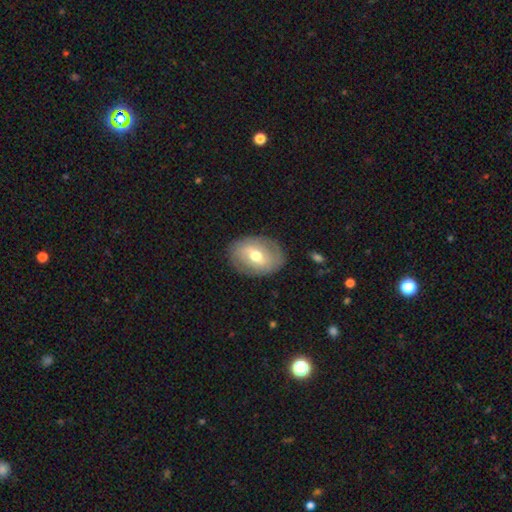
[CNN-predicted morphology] This is possibly a featured or disk galaxy (53%). It is clearly not viewed edge-on (93%). Merging: clearly none (83%).